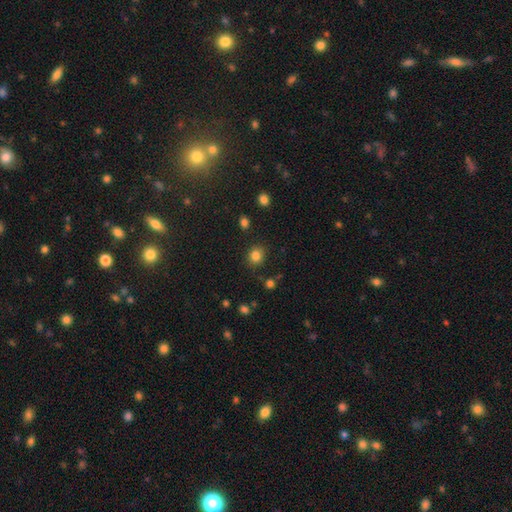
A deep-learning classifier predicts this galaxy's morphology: Smooth or featured?
  - smooth: 83% *
  - star or artifact: 12%
  - featured or disk: 5%
How rounded?
  - round: 78% *
  - in between: 21%
  - cigar-shaped: 1%
Merging?
  - none: 86% *
  - minor disturbance: 9%
  - major disturbance: 3%
  - merger: 3%